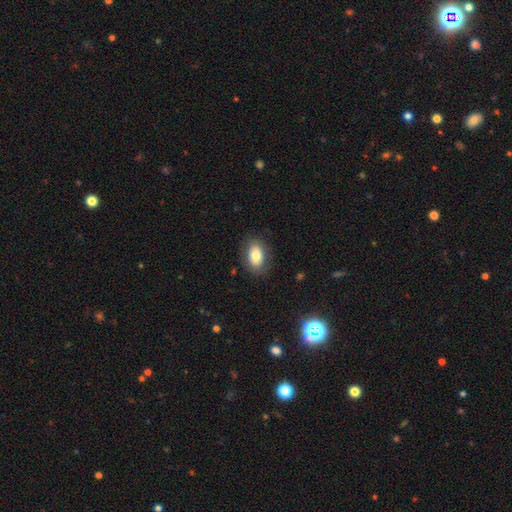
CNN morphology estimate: Smooth or featured? smooth (76%)
How rounded? in between (86%)
Merging? none (83%)